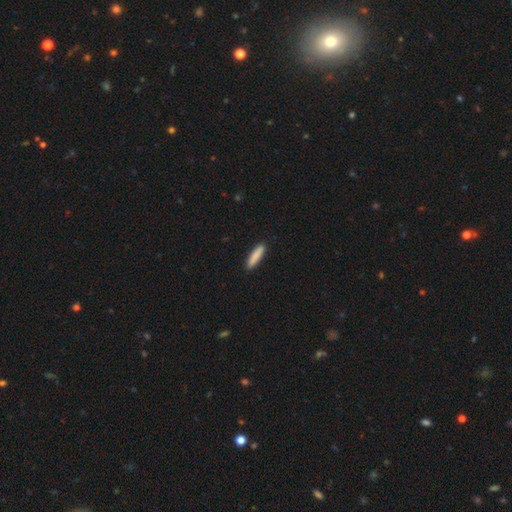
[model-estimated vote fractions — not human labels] Smooth or featured?
  - smooth: 88% *
  - featured or disk: 7%
  - star or artifact: 6%
How rounded?
  - cigar-shaped: 81% *
  - in between: 18%
  - round: 1%
Merging?
  - none: 91% *
  - minor disturbance: 7%
  - major disturbance: 1%
  - merger: 1%